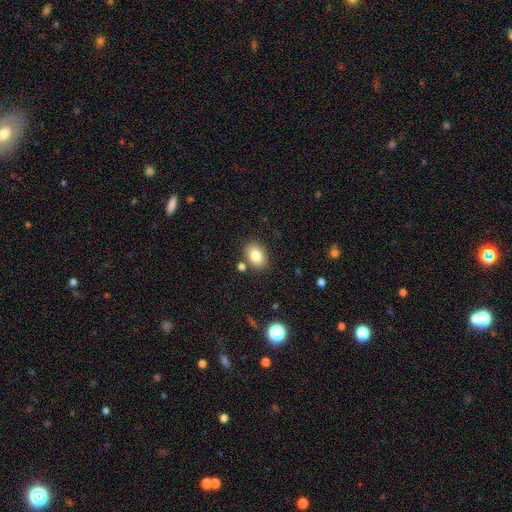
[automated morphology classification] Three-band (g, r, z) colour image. It shows a smooth galaxy with no disk features (82%) that is in between round and cigar-shaped (77%). Merging: none (82%).